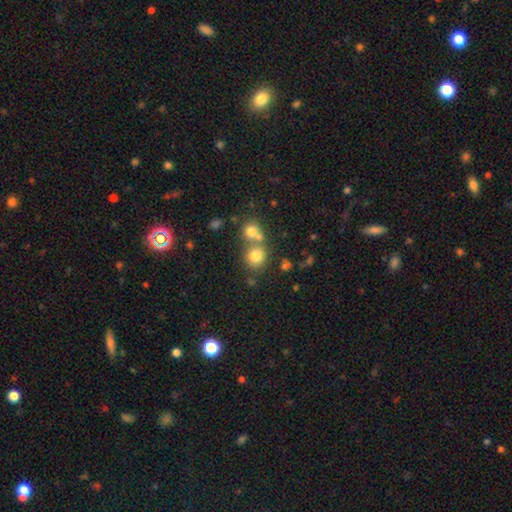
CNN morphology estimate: smooth_or_featured: smooth (p=0.77) [alt: star or artifact p=0.14]
how_rounded: round (p=0.84) [alt: in between p=0.15]
merging: none (p=0.55) [alt: merger p=0.33]